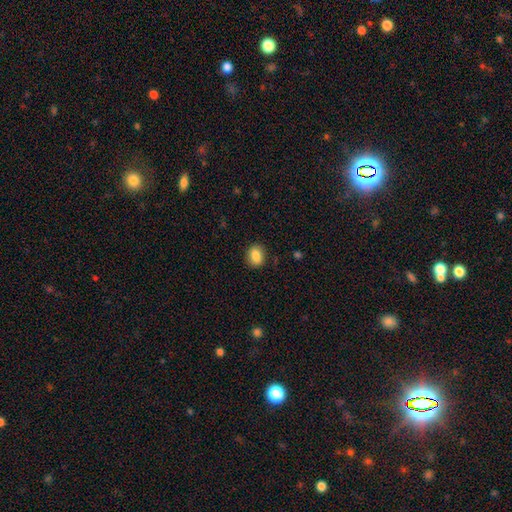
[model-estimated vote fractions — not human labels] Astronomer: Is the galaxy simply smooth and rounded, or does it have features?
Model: smooth — 85%.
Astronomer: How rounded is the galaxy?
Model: in between — 59% (runner-up: round, 40%).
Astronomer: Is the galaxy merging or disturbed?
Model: none — 87%.